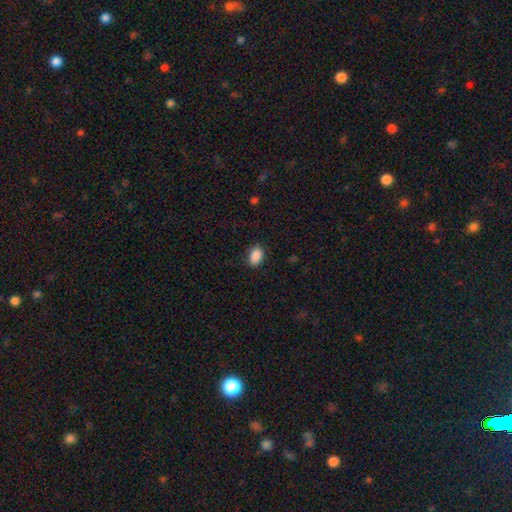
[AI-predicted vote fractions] smooth-or-featured: smooth: 89% | star or artifact: 8% | featured or disk: 3%
  how-rounded: in between: 88% | round: 10% | cigar-shaped: 2%
  merging: none: 87% | minor disturbance: 9% | major disturbance: 2% | merger: 1%